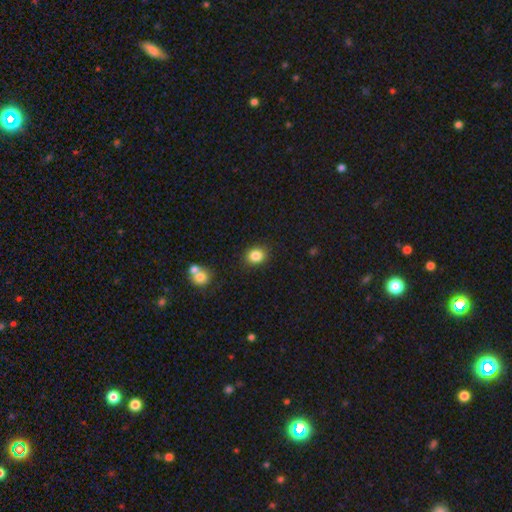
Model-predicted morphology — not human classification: smooth-or-featured: smooth: 85% | star or artifact: 10% | featured or disk: 5%
  how-rounded: round: 66% | in between: 33% | cigar-shaped: 1%
  merging: none: 86% | minor disturbance: 9% | merger: 3% | major disturbance: 2%